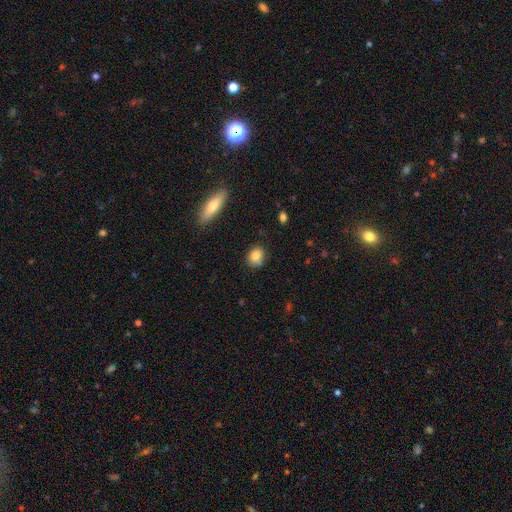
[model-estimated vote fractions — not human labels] smooth_or_featured: smooth (p=0.83) [alt: featured or disk p=0.09]
how_rounded: round (p=0.62) [alt: in between p=0.36]
merging: none (p=0.78) [alt: minor disturbance p=0.17]